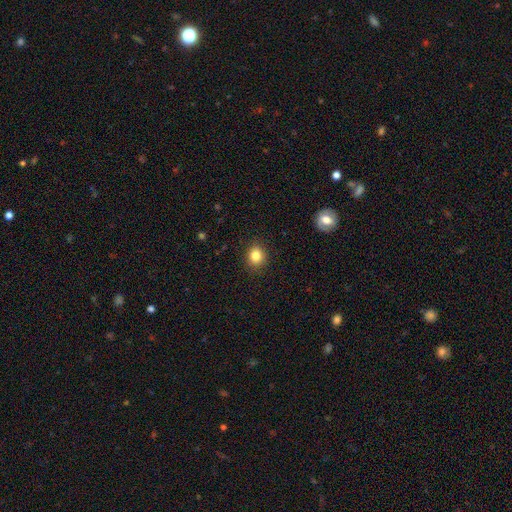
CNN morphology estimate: Overall: smooth (84%). How rounded: round (76%). Merging: none (89%).